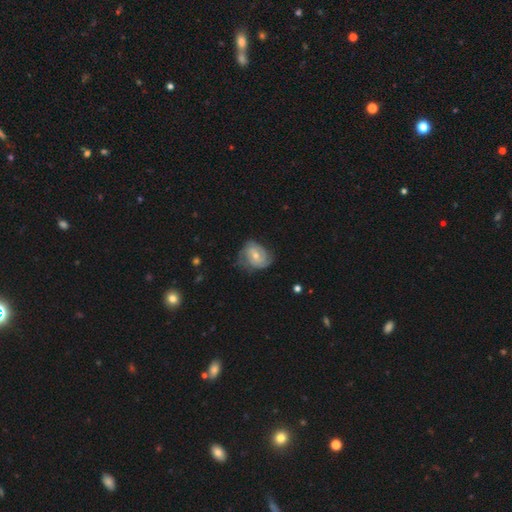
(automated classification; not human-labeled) This is likely a featured or disk galaxy (65%). It is clearly not viewed edge-on (97%). Bar: possibly no (55%). Spiral arm pattern: clearly yes (84%). Spiral arm count: marginally 2 (41%). Spiral winding: possibly tight (53%). Central bulge: possibly moderate (55%). Merging: possibly none (55%).